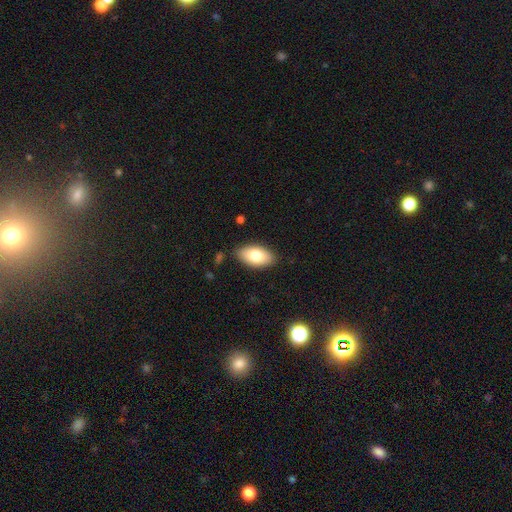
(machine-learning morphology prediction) Q: Smooth or featured?
A: smooth (79%); runner-up: featured or disk (14%)
Q: How rounded?
A: in between (94%); runner-up: round (4%)
Q: Merging?
A: none (84%); runner-up: minor disturbance (12%)